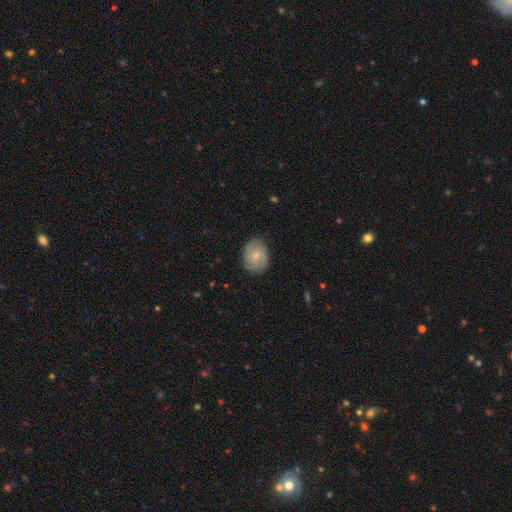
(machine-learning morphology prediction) smooth_or_featured: featured or disk (p=0.50) [alt: smooth p=0.43]
merging: none (p=0.80) [alt: minor disturbance p=0.15]